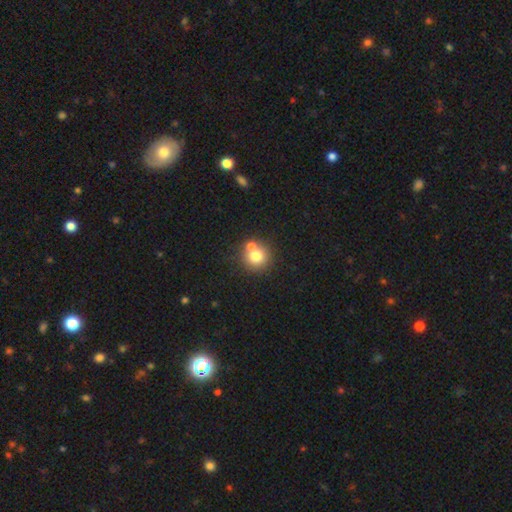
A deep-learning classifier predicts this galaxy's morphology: Overall: smooth (75%). How rounded: round (91%). Merging: none (62%; merger 28%).